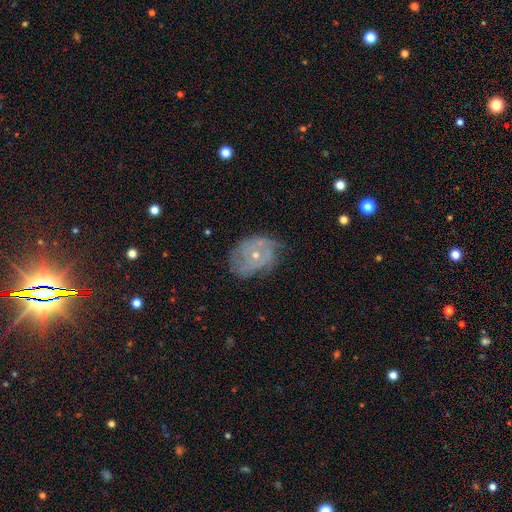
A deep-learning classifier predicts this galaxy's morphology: A featured or disk galaxy (76%) with no bar (80%), tight (59%) spiral arms (84%) and a small central bulge (64%). Merging: none (58%).